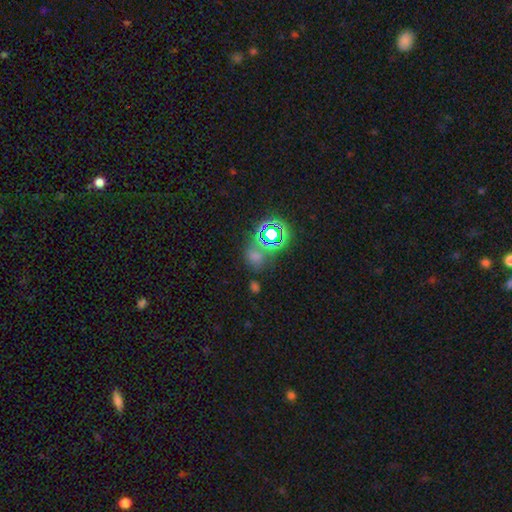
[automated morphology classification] Smooth or featured: star or artifact — 58% (smooth — 32%)